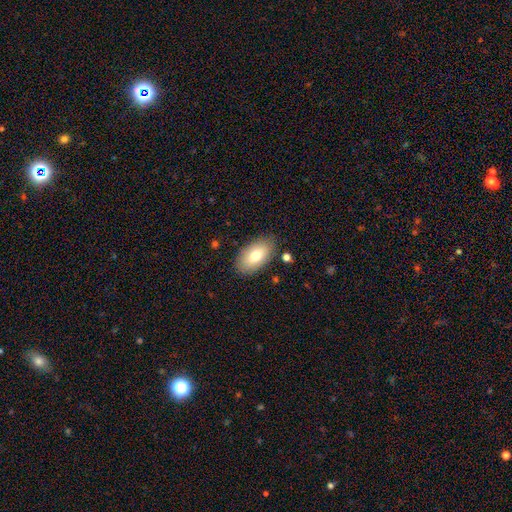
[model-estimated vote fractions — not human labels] Smooth or featured: smooth — 74% (featured or disk — 19%)
How rounded: in between — 94% (round — 4%)
Merging: none — 84% (minor disturbance — 11%)